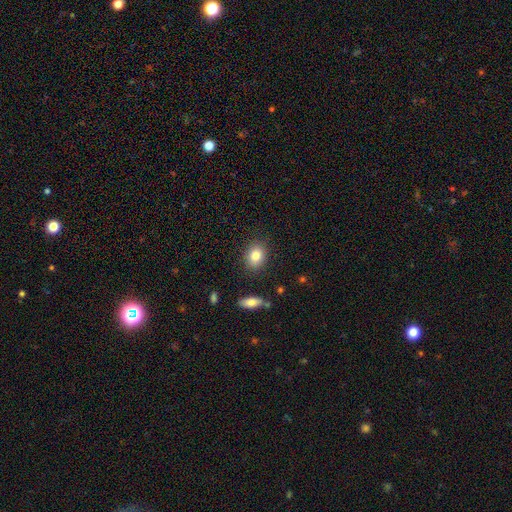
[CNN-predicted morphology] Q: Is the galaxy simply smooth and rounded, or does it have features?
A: smooth — 83%.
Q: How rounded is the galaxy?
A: in between — 57%.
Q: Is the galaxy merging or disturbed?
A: none — 86%.